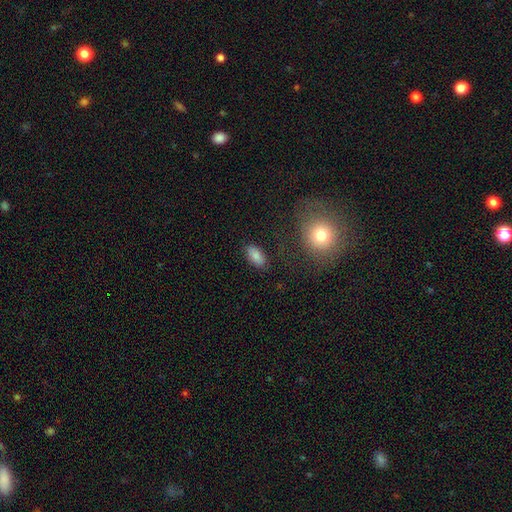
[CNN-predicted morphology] This is clearly a smooth galaxy (84%). How rounded: clearly in between (92%). Merging: clearly none (83%).